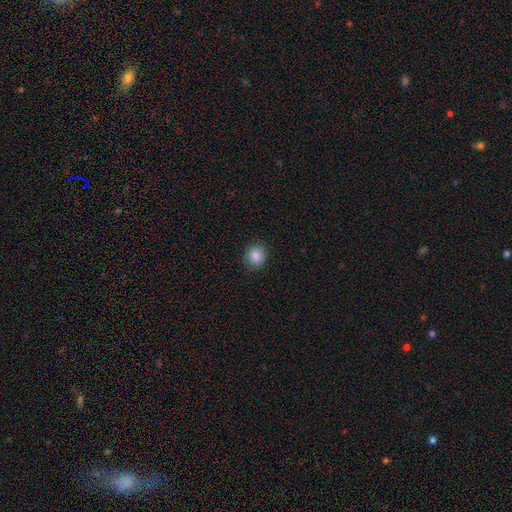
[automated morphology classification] Smooth or featured? Predicted: smooth (p=0.85). How rounded? Predicted: round (p=0.79). Merging? Predicted: none (p=0.88).